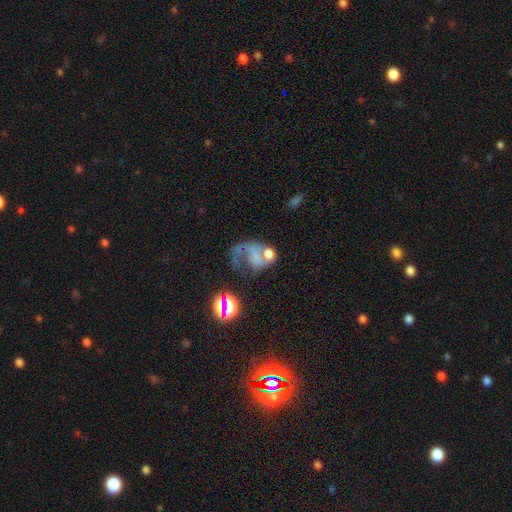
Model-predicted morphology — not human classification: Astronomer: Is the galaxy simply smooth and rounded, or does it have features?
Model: featured or disk — 49% (runner-up: smooth, 33%).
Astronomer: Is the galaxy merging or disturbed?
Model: major disturbance — 43% (runner-up: merger, 23%).